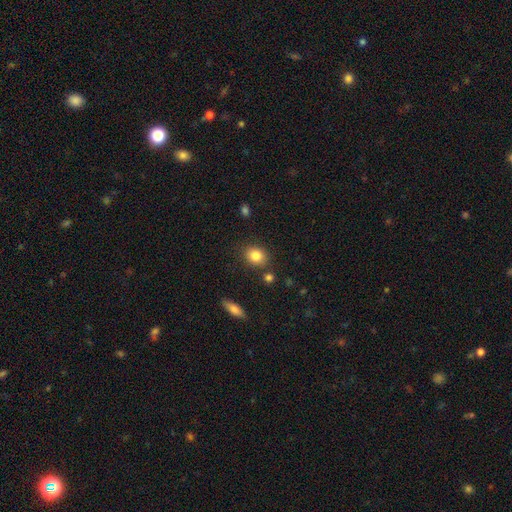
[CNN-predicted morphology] This is clearly a smooth galaxy (84%). How rounded: possibly round (50%). Merging: clearly none (83%).